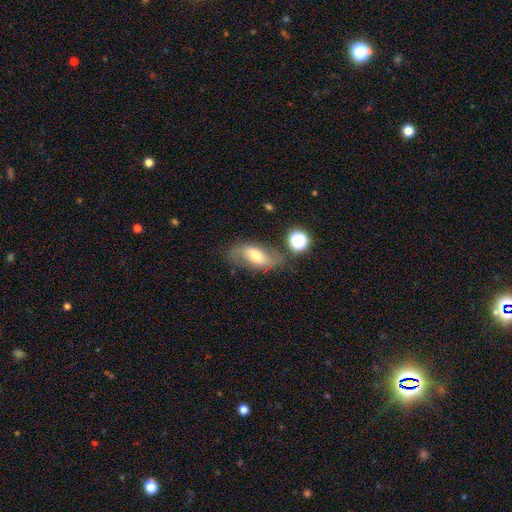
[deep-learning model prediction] smooth-or-featured: featured or disk: 45% | smooth: 44% | star or artifact: 10%
  merging: none: 58% | minor disturbance: 22% | major disturbance: 12% | merger: 7%